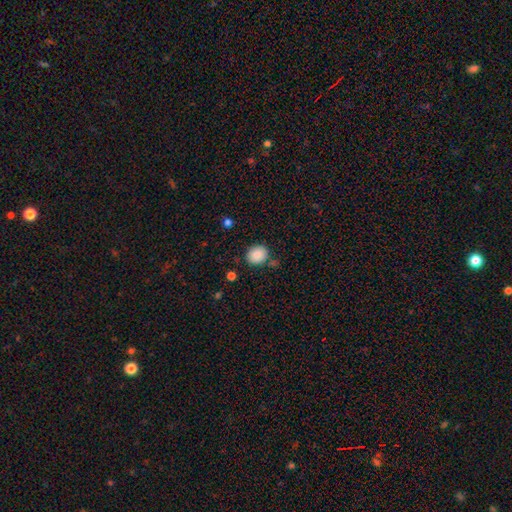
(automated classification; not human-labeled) Smooth or featured?
  - smooth: 88% *
  - star or artifact: 8%
  - featured or disk: 4%
How rounded?
  - round: 68% *
  - in between: 32%
  - cigar-shaped: 1%
Merging?
  - none: 79% *
  - minor disturbance: 13%
  - merger: 5%
  - major disturbance: 4%